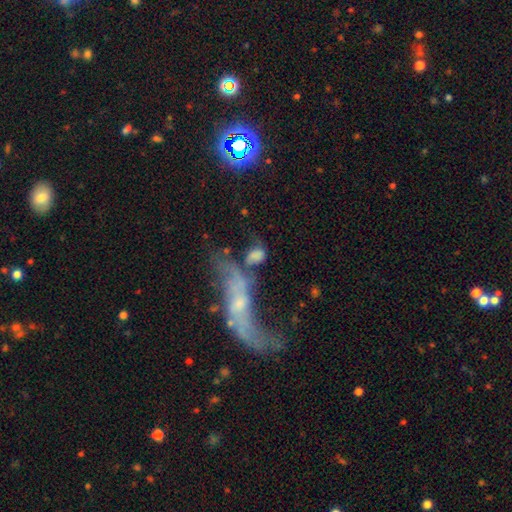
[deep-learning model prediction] The model was most divided on "merging": merger: 33%, none: 29%, major disturbance: 22%, minor disturbance: 17%. More confident: how rounded — in between (71%); smooth or featured — smooth (60%).